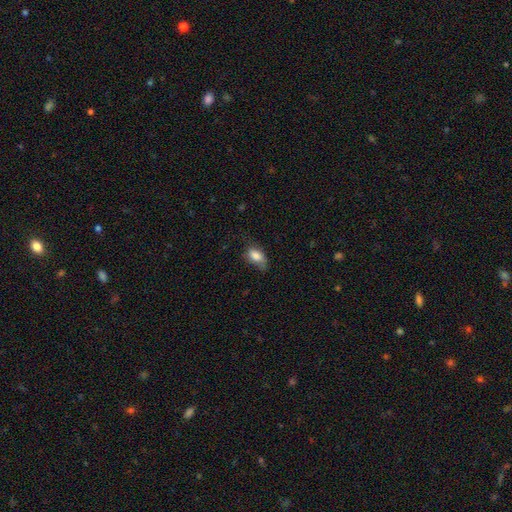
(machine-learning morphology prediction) This appears to be a smooth galaxy with no disk features (83%) that is in between round and cigar-shaped (89%). Merging: none (48%).